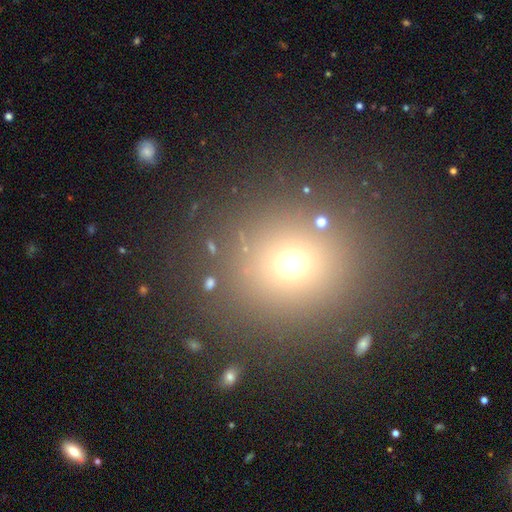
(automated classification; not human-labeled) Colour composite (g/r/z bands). It shows a smooth galaxy with no disk features (63%) that is round (84%). Merging: none (86%).